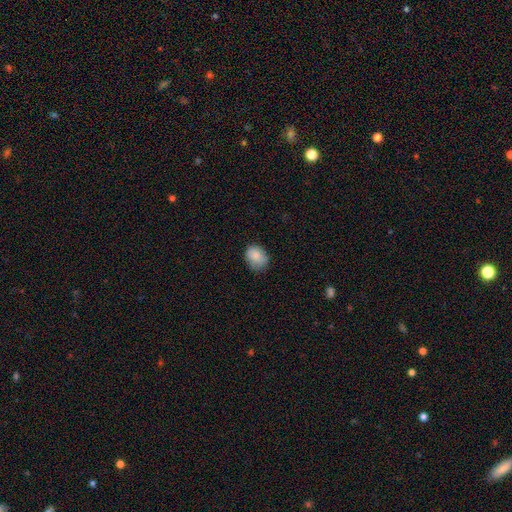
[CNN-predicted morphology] Overall: smooth (83%). How rounded: in between (53%; round 46%). Merging: none (71%).